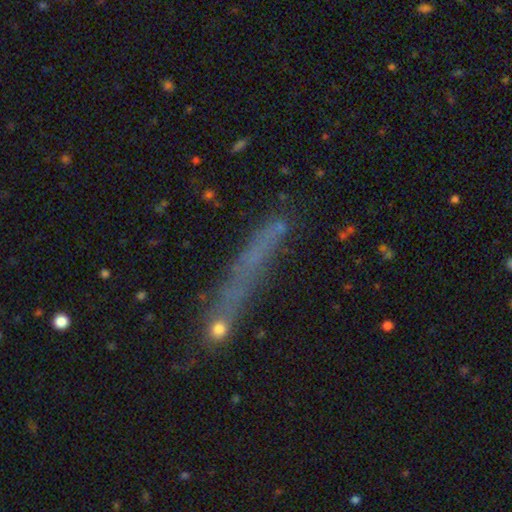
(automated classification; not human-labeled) Smooth or featured: smooth — 50% (featured or disk — 30%)
How rounded: cigar-shaped — 91% (in between — 6%)
Merging: none — 58% (minor disturbance — 20%)